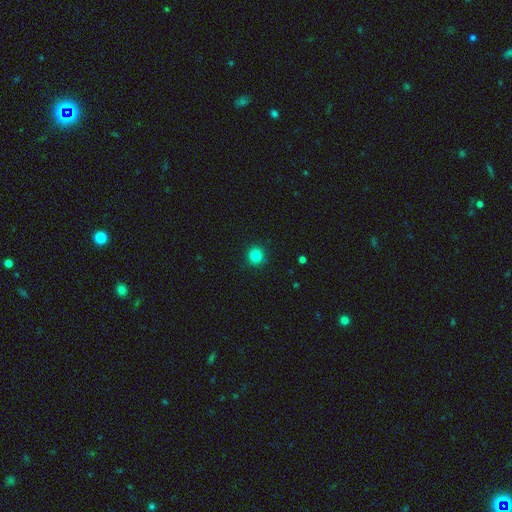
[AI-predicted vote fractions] Morphology: type=smooth (84%); roundness=round (94%); merging=none (92%).